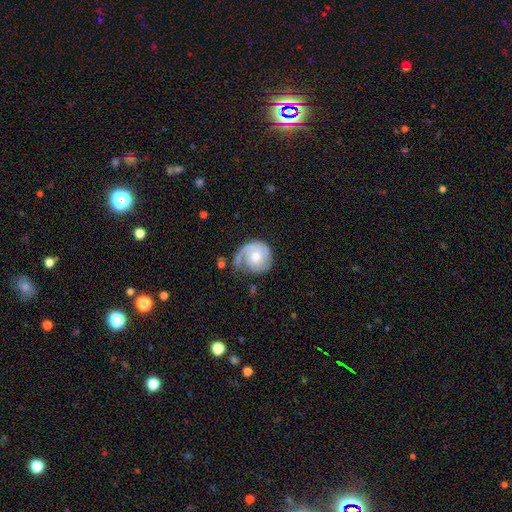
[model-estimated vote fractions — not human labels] A featured or disk galaxy (70%) with no bar (77%), 1 (65%) tight (54%) spiral arms (89%) and a moderate central bulge (62%). Merging: none (54%).